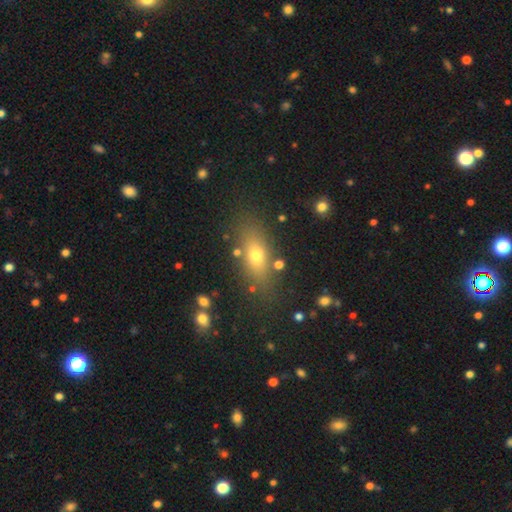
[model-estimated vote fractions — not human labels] Smooth or featured?
  - smooth: 65% *
  - featured or disk: 20%
  - star or artifact: 16%
How rounded?
  - in between: 67% *
  - cigar-shaped: 23%
  - round: 11%
Merging?
  - none: 82% *
  - minor disturbance: 10%
  - merger: 4%
  - major disturbance: 4%